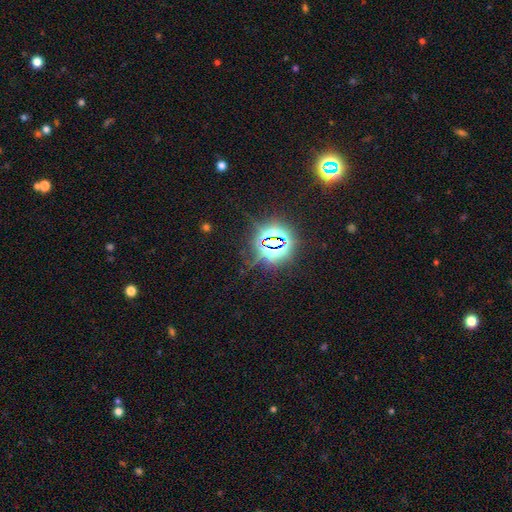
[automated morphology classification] smooth_or_featured: star or artifact (p=0.82) [alt: smooth p=0.12]